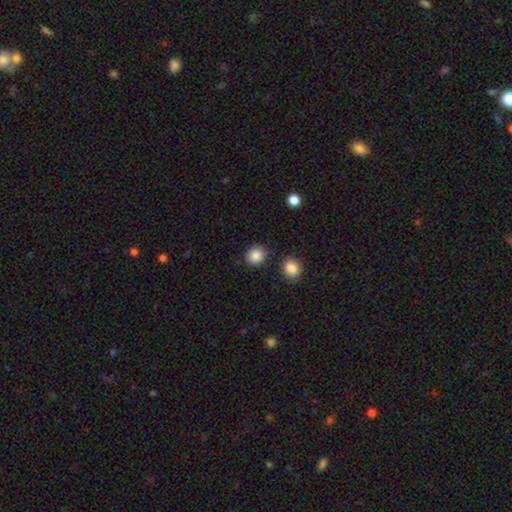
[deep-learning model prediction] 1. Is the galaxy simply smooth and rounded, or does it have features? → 87% smooth, 9% star or artifact, 4% featured or disk.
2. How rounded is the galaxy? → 80% round, 19% in between, 1% cigar-shaped.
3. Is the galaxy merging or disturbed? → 86% none, 8% minor disturbance, 4% merger, 2% major disturbance.